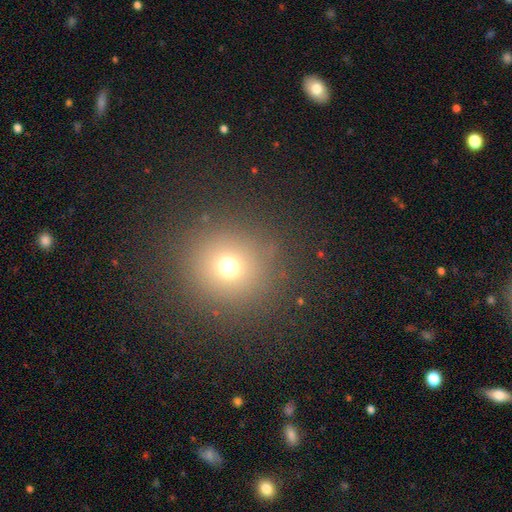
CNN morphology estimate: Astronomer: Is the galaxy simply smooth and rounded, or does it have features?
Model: smooth — 67%.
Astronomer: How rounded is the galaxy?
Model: round — 94%.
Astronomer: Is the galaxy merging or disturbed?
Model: none — 90%.